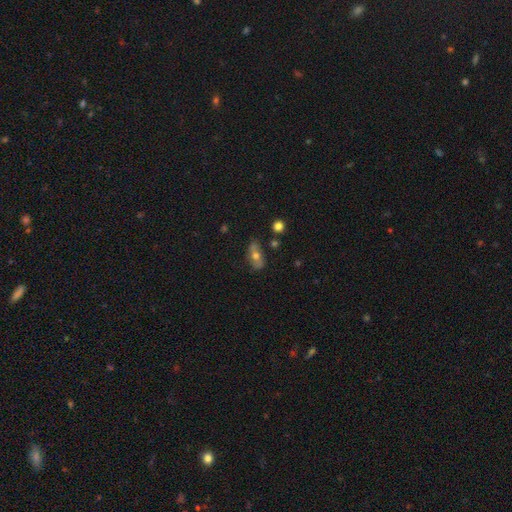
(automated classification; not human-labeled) Smooth or featured? Predicted: smooth (p=0.51). How rounded? Predicted: in between (p=0.78). Merging? Predicted: none (p=0.65).